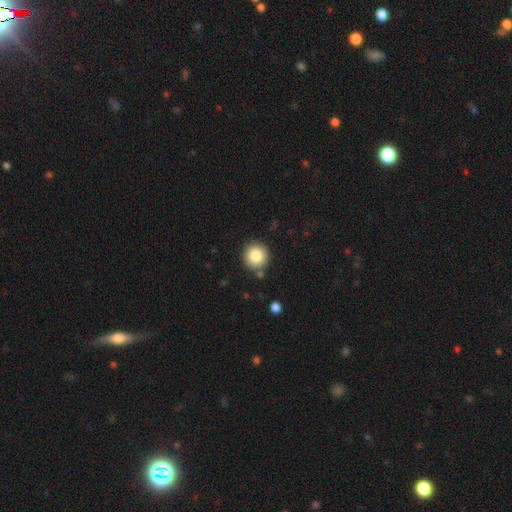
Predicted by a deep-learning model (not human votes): Morphology: type=smooth (84%); roundness=round (93%); merging=none (85%).